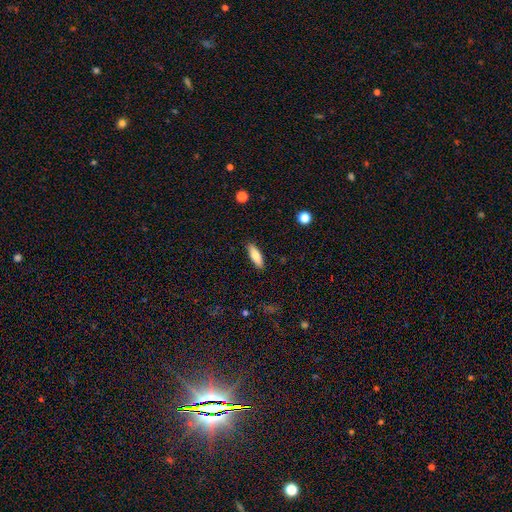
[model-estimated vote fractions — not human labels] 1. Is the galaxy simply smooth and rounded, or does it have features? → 80% smooth, 14% featured or disk, 6% star or artifact.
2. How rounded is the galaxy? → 57% in between, 41% cigar-shaped, 2% round.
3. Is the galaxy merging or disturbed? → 88% none, 9% minor disturbance, 2% major disturbance, 1% merger.